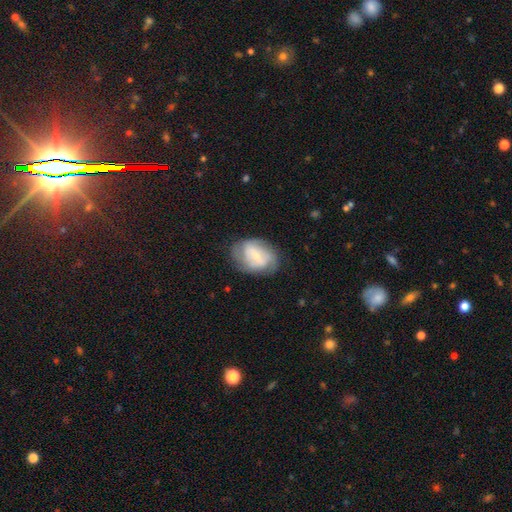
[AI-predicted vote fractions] smooth_or_featured: featured or disk (p=0.61) [alt: smooth p=0.32]
disk_edge_on: no (p=0.96) [alt: yes p=0.04]
bar: weak (p=0.45) [alt: no p=0.34]
has_spiral_arms: yes (p=0.78) [alt: no p=0.22]
bulge_size: small (p=0.65) [alt: moderate p=0.28]
merging: none (p=0.66) [alt: minor disturbance p=0.22]